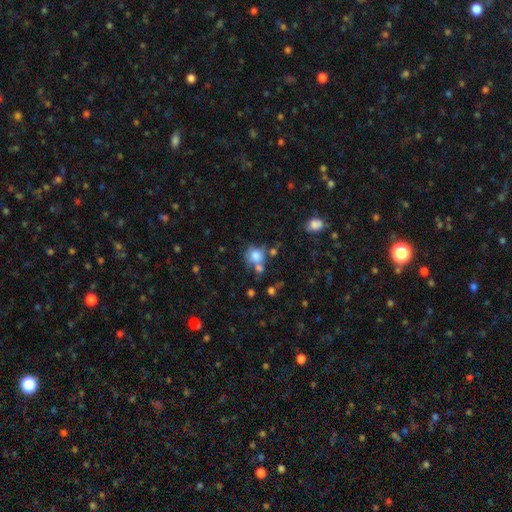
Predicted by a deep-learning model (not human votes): smooth 75%, star or artifact 12%, featured or disk 12%. Down the decision tree: how rounded — round (78%); merging — none (46%).